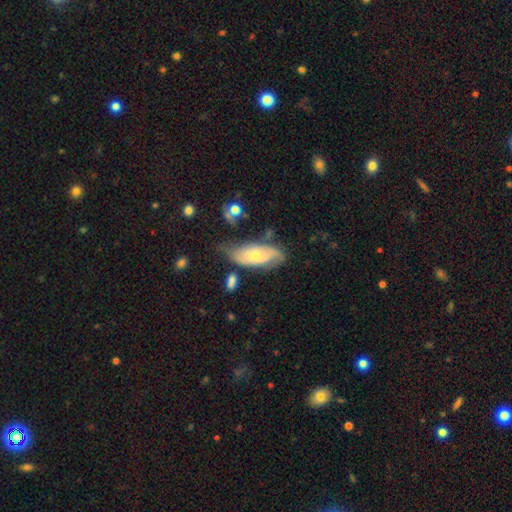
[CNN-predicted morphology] Smooth or featured? Predicted: featured or disk (p=0.48). Merging? Predicted: none (p=0.53).